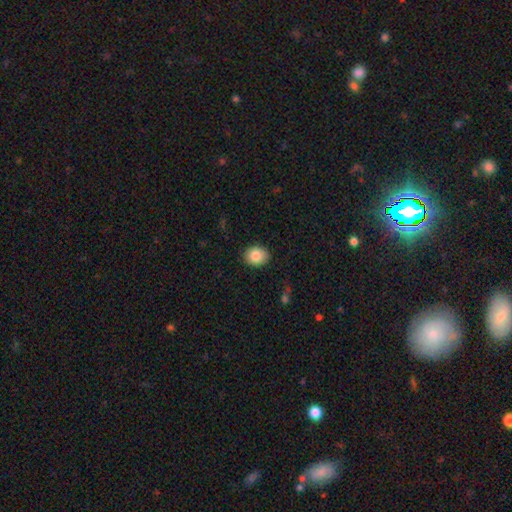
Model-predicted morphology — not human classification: Smooth or featured: smooth — 85% (star or artifact — 8%)
How rounded: round — 56% (in between — 43%)
Merging: none — 88% (minor disturbance — 9%)